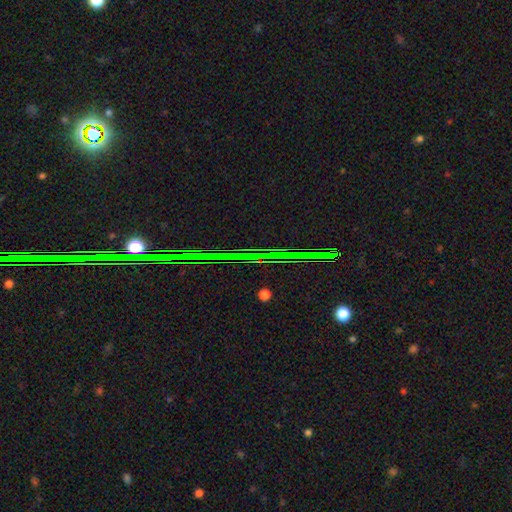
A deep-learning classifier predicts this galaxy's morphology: Q: Smooth or featured?
A: star or artifact (80%); runner-up: featured or disk (12%)